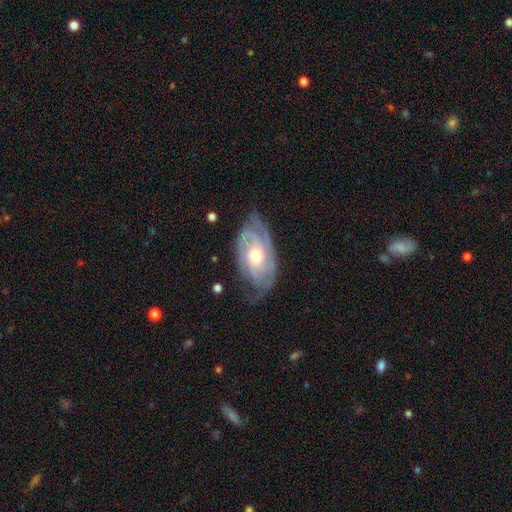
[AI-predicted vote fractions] This appears to be a featured or disk galaxy (84%) with no bar (70%), 2 (38%) tight (61%) spiral arms (95%) and a moderate central bulge (70%). Merging: none (68%).